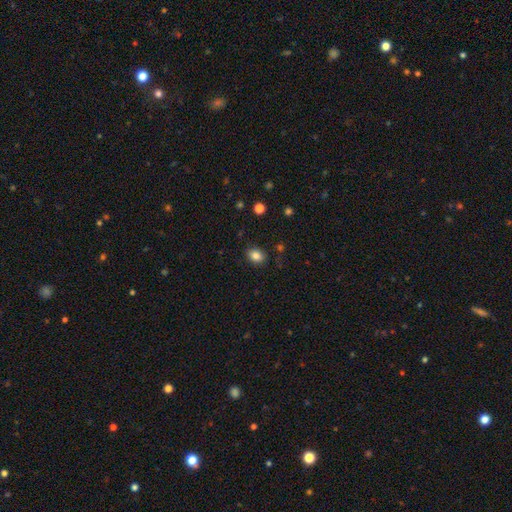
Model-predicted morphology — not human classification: Smooth or featured: smooth — 85% (star or artifact — 10%)
How rounded: in between — 67% (round — 32%)
Merging: none — 84% (minor disturbance — 11%)